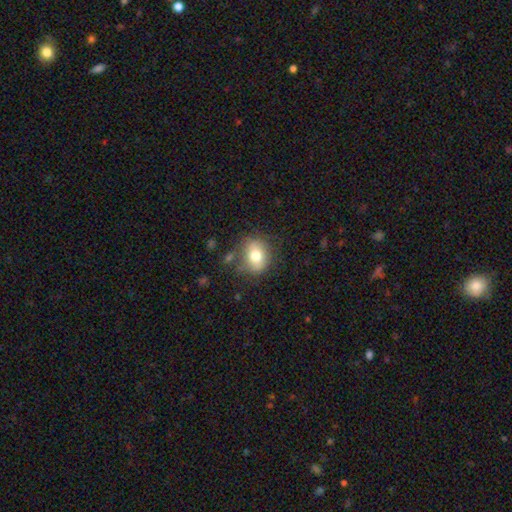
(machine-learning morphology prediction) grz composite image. It shows a smooth galaxy with no disk features (72%) that is in between round and cigar-shaped (51%). Merging: none (74%).